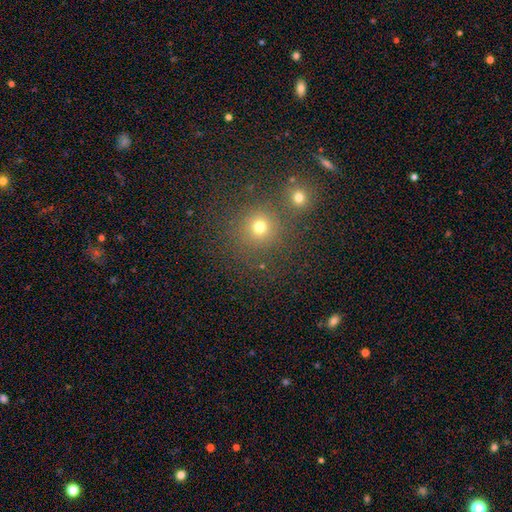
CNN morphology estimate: Overall: smooth (54%; star or artifact 38%). How rounded: round (91%). Merging: none (75%).